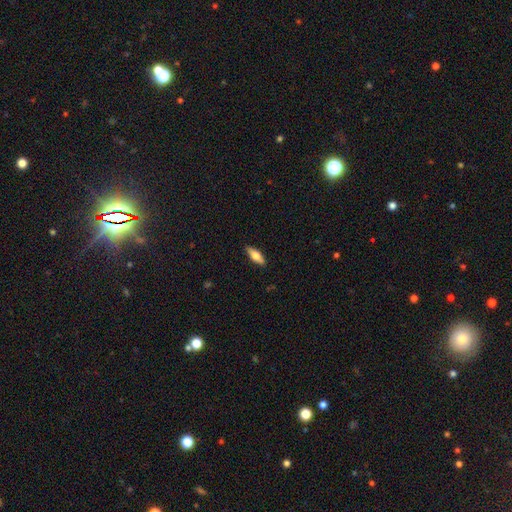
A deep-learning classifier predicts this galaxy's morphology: Q: Smooth or featured?
A: smooth (58%); runner-up: featured or disk (36%)
Q: How rounded?
A: in between (60%); runner-up: cigar-shaped (37%)
Q: Merging?
A: none (89%); runner-up: minor disturbance (8%)